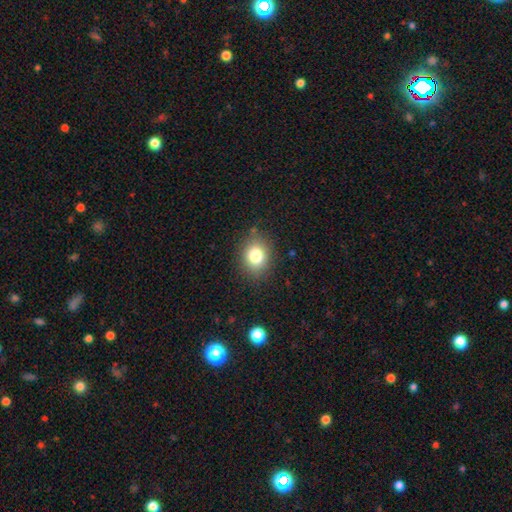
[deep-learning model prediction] Smooth or featured: smooth — 80% (star or artifact — 12%)
How rounded: round — 54% (in between — 46%)
Merging: none — 84% (minor disturbance — 11%)